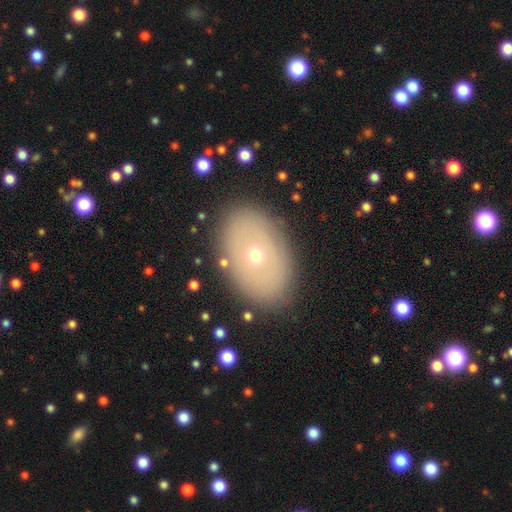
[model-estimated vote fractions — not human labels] smooth 52%, featured or disk 37%, star or artifact 11%. Down the decision tree: how rounded — in between (83%); merging — none (86%).